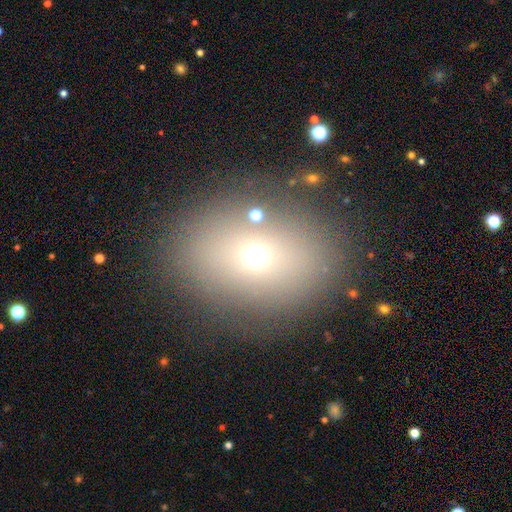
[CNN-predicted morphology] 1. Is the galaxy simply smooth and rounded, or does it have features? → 63% smooth, 21% star or artifact, 15% featured or disk.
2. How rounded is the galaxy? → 50% round, 48% in between, 1% cigar-shaped.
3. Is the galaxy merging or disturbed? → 83% none, 9% minor disturbance, 5% major disturbance, 3% merger.